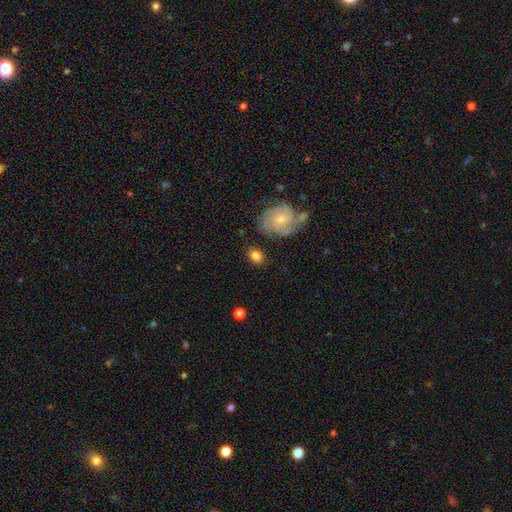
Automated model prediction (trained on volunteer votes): Smooth or featured?
  - smooth: 68% *
  - featured or disk: 24%
  - star or artifact: 7%
How rounded?
  - in between: 68% *
  - round: 30%
  - cigar-shaped: 2%
Merging?
  - none: 75% *
  - minor disturbance: 14%
  - major disturbance: 5%
  - merger: 5%